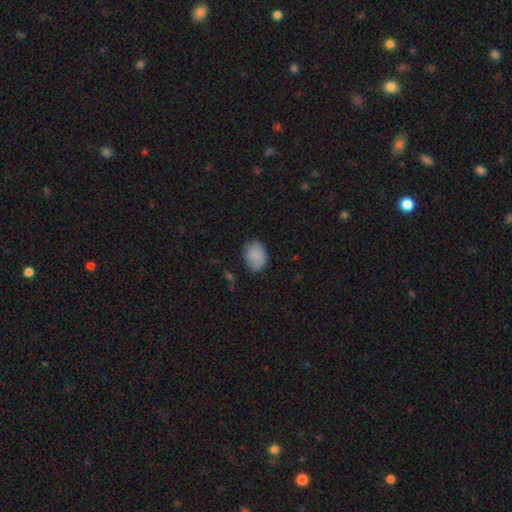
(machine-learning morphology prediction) Smooth or featured? Predicted: smooth (p=0.85). How rounded? Predicted: in between (p=0.69). Merging? Predicted: none (p=0.75).